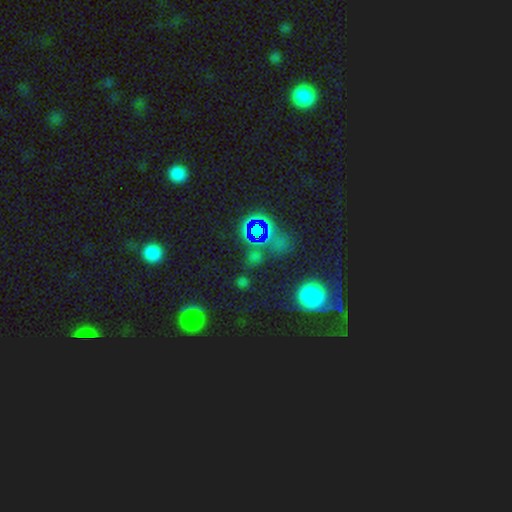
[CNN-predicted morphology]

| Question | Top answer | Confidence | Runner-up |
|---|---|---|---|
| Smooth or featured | star or artifact | 57% | smooth (33%) |